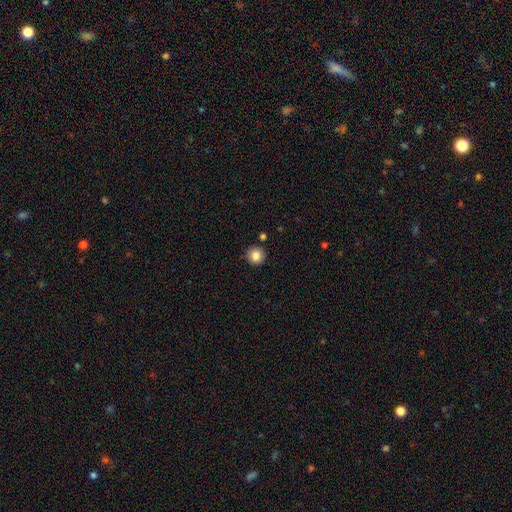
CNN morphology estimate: Smooth or featured: smooth — 84% (star or artifact — 10%)
How rounded: round — 94% (in between — 5%)
Merging: none — 90% (minor disturbance — 6%)